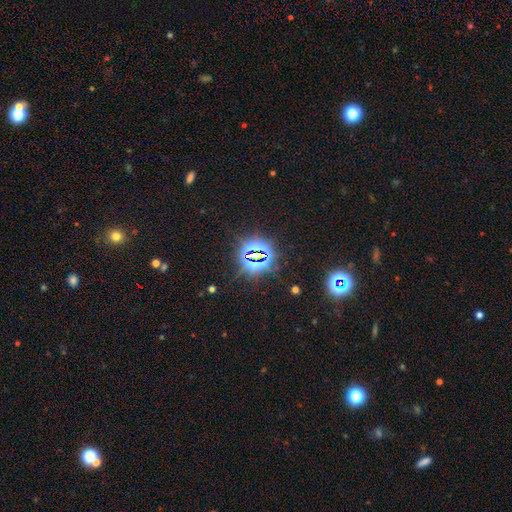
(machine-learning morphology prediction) The model was most divided on "smooth or featured": star or artifact: 81%, smooth: 11%, featured or disk: 7%.